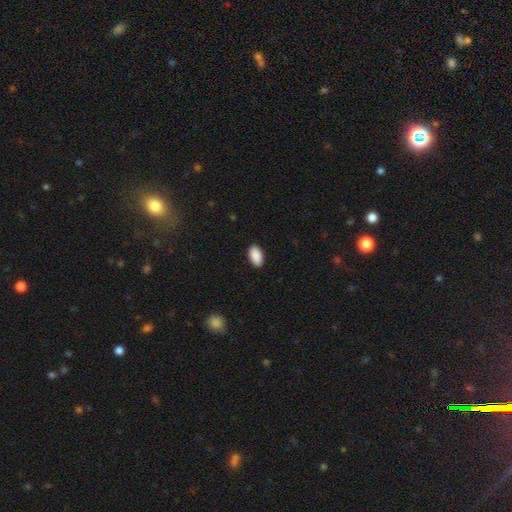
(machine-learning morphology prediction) Smooth or featured? smooth (91%)
How rounded? in between (95%)
Merging? none (90%)